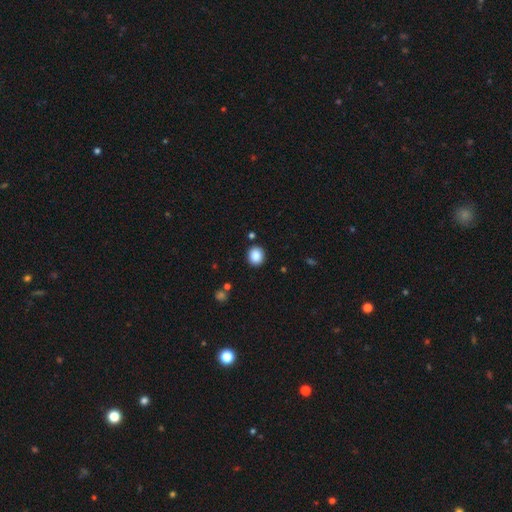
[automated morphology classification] A smooth galaxy with no disk features (88%) that is round (75%).

Vote fractions:
- Smooth or featured? smooth: 88% / star or artifact: 9% / featured or disk: 3%
- How rounded? round: 75% / in between: 24% / cigar-shaped: 1%
- Merging? none: 89% / minor disturbance: 7% / major disturbance: 2% / merger: 2%